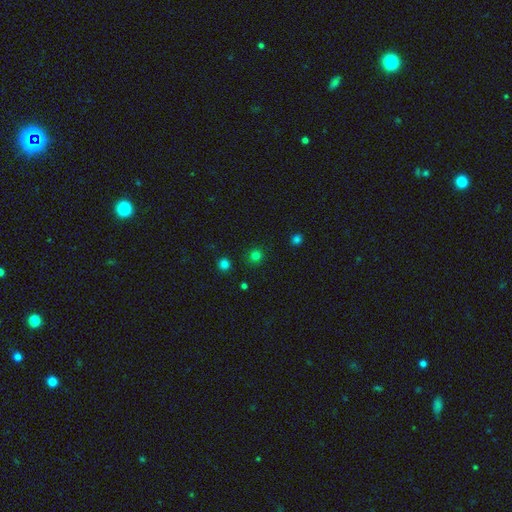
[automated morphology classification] This appears to be a smooth galaxy with no disk features (77%) that is round (92%). Merging: none (89%).